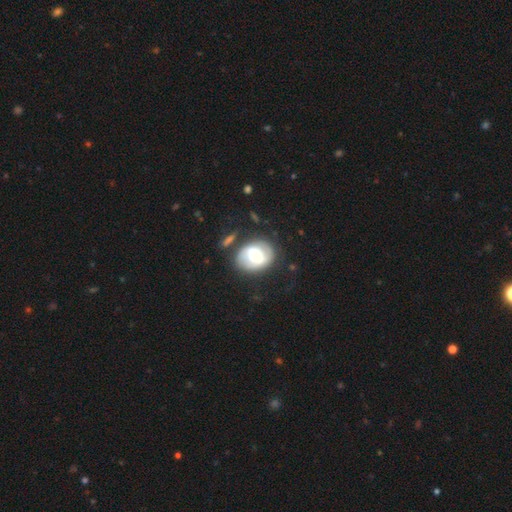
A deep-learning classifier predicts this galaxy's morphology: The model was most divided on "bar": weak: 43%, no: 37%, strong: 20%. More confident: edge-on disk — no (96%); spiral arms — yes (77%); merging — none (71%); bulge size — moderate (60%); smooth or featured — featured or disk (58%).